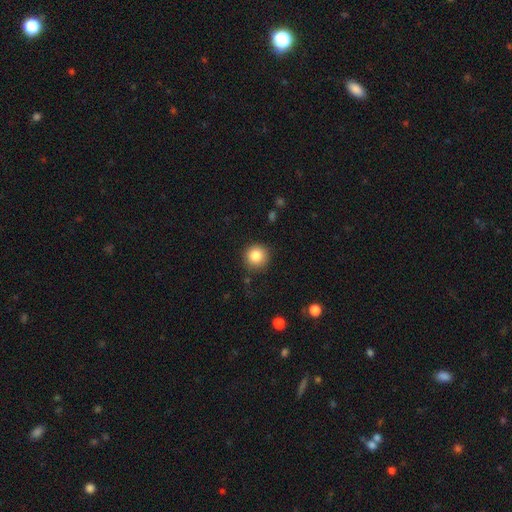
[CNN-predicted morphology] Smooth or featured? Predicted: smooth (p=0.84). How rounded? Predicted: round (p=0.94). Merging? Predicted: none (p=0.89).